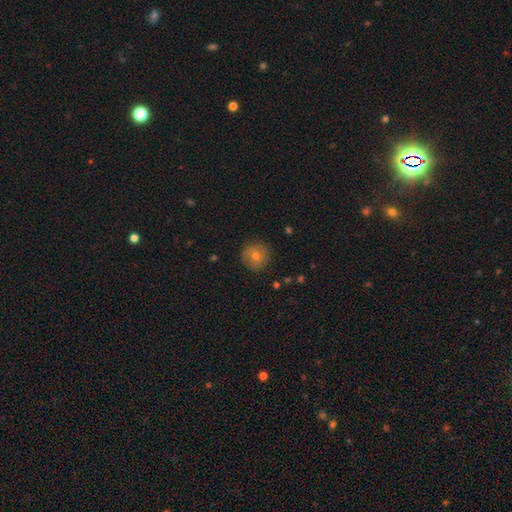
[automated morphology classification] Smooth or featured? smooth (64%)
How rounded? round (95%)
Merging? none (88%)